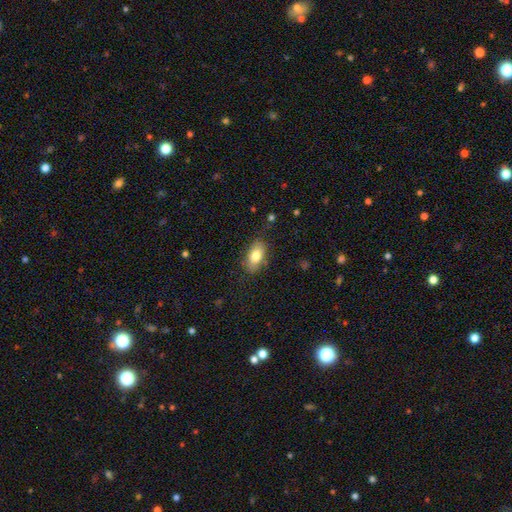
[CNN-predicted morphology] Smooth or featured? Predicted: smooth (p=0.79). How rounded? Predicted: in between (p=0.91). Merging? Predicted: none (p=0.80).